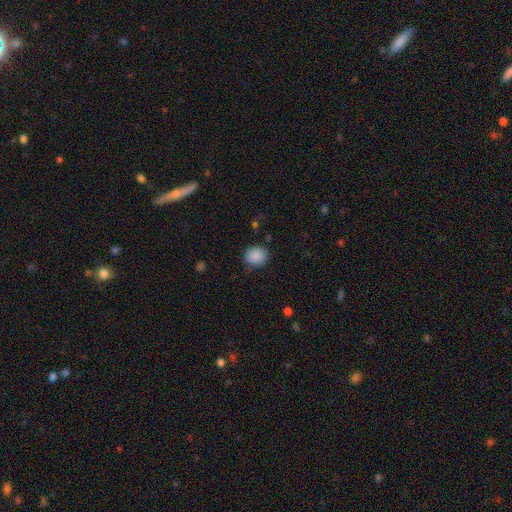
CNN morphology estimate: smooth_or_featured: smooth (p=0.88) [alt: star or artifact p=0.08]
how_rounded: round (p=0.73) [alt: in between p=0.26]
merging: none (p=0.85) [alt: minor disturbance p=0.11]